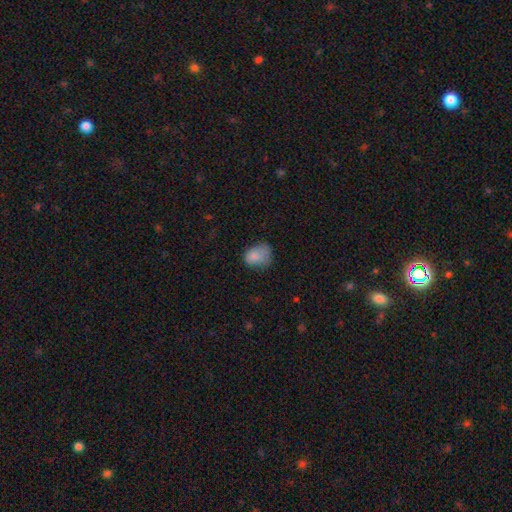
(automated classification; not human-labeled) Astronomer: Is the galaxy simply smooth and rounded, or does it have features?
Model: smooth — 81%.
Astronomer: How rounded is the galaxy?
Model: in between — 60% (runner-up: round, 39%).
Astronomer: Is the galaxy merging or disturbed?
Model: none — 43% (runner-up: minor disturbance, 36%).